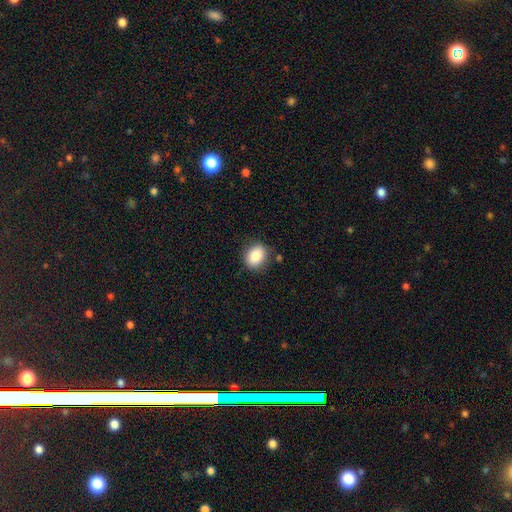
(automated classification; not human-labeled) This appears to be a smooth galaxy with no disk features (85%) that is in between round and cigar-shaped (55%). Merging: none (83%).